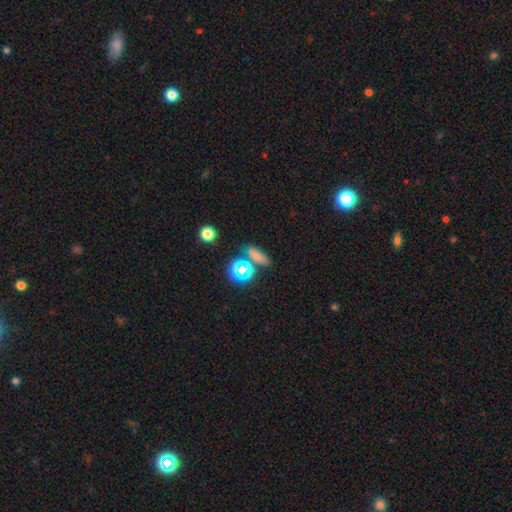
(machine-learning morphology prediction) This appears to be a smooth galaxy with no disk features (61%) that is in between round and cigar-shaped (52%). Merging: none (69%).